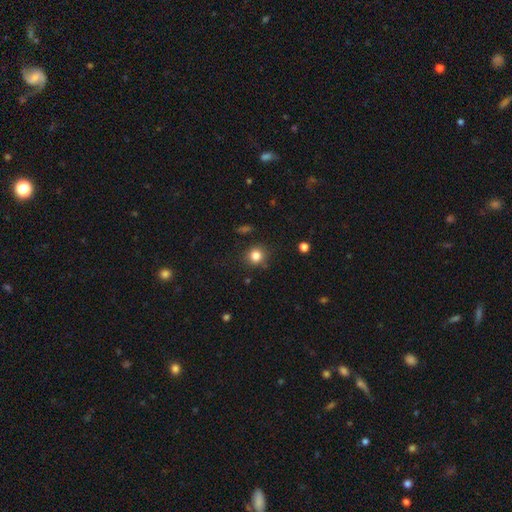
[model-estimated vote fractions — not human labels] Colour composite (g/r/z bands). It shows a smooth galaxy with no disk features (82%) that is round (87%). Merging: none (85%).